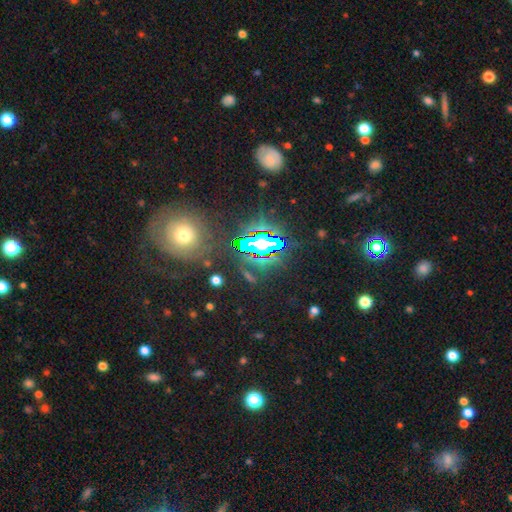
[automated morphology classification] Overall: star or artifact (67%).